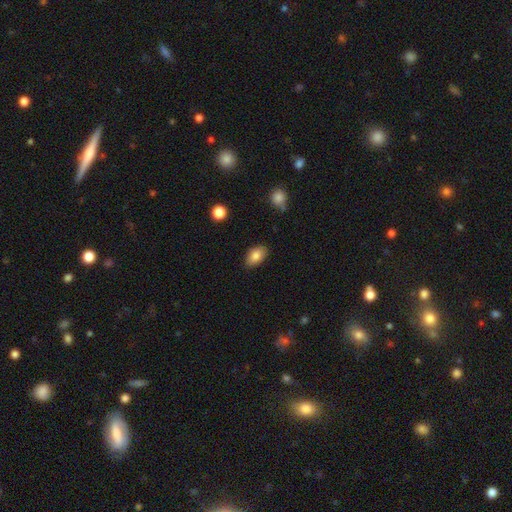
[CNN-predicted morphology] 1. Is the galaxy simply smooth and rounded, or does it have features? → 83% smooth, 9% featured or disk, 8% star or artifact.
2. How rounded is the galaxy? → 89% in between, 9% round, 2% cigar-shaped.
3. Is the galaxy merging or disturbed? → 83% none, 13% minor disturbance, 2% major disturbance, 1% merger.